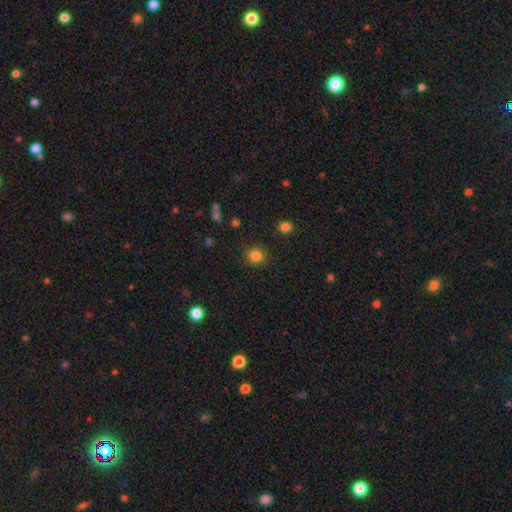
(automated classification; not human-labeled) Smooth or featured? smooth (83%)
How rounded? round (90%)
Merging? none (89%)